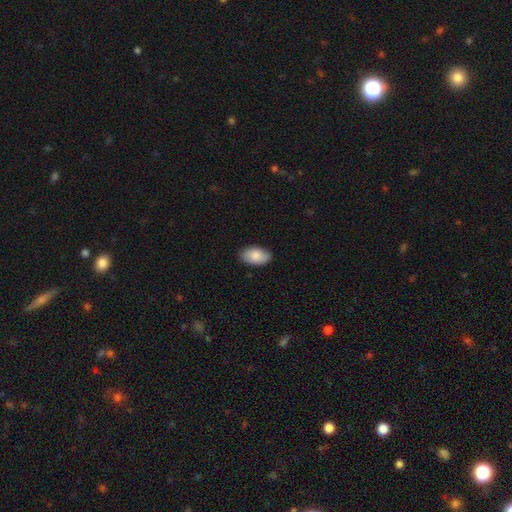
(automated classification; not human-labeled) Q: Smooth or featured?
A: smooth (87%); runner-up: featured or disk (7%)
Q: How rounded?
A: in between (94%); runner-up: round (4%)
Q: Merging?
A: none (88%); runner-up: minor disturbance (10%)